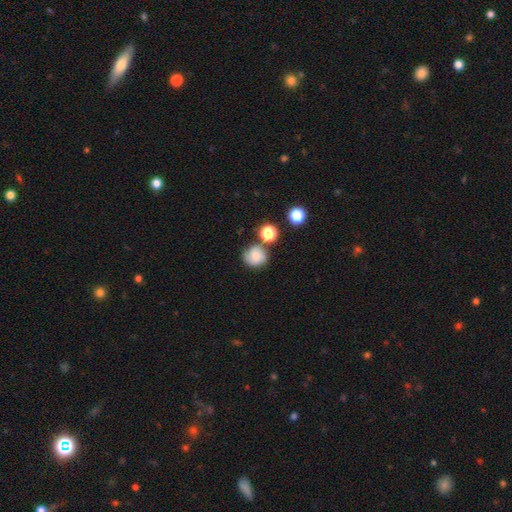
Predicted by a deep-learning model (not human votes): A smooth galaxy with no disk features (65%) that is round (85%). Merging: none (66%).